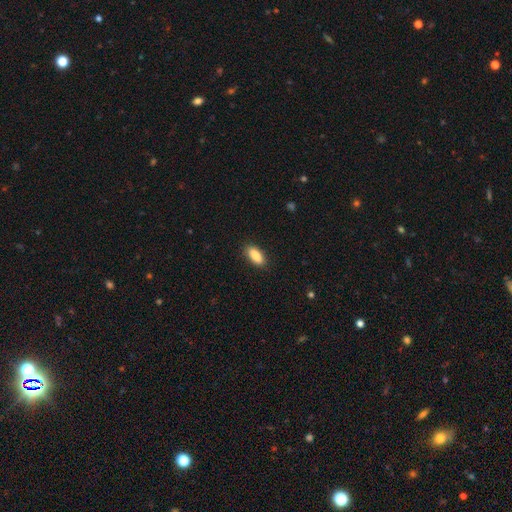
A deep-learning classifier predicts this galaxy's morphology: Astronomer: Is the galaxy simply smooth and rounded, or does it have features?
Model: smooth — 88%.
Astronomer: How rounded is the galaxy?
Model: in between — 84%.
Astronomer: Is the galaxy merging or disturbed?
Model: none — 88%.